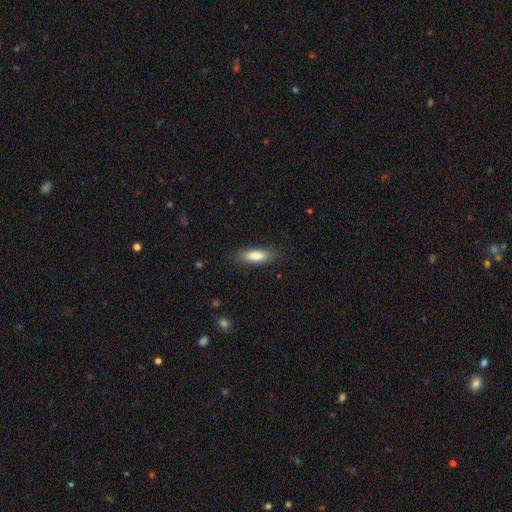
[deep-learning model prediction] A smooth galaxy with no disk features (84%) that is in between round and cigar-shaped (64%). Merging: none (85%).